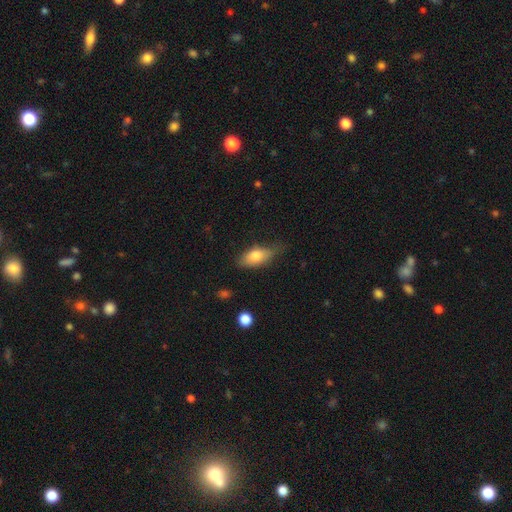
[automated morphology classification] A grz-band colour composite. It shows a smooth galaxy with no disk features (76%) that is in between round and cigar-shaped (84%). Merging: none (56%).